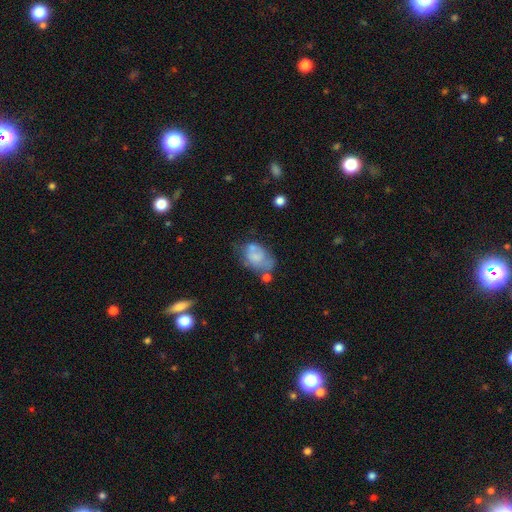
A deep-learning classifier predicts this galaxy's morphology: type=smooth (56%); roundness=in between (83%); merging=none (32%).